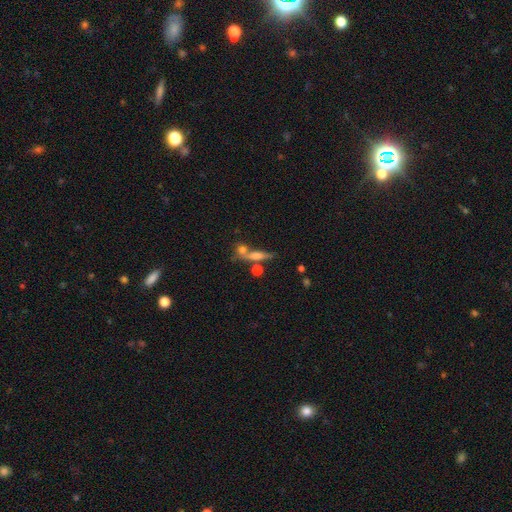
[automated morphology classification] smooth-or-featured: smooth: 50% | featured or disk: 35% | star or artifact: 14%
  how-rounded: cigar-shaped: 62% | in between: 24% | round: 14%
  merging: none: 50% | merger: 27% | minor disturbance: 14% | major disturbance: 9%